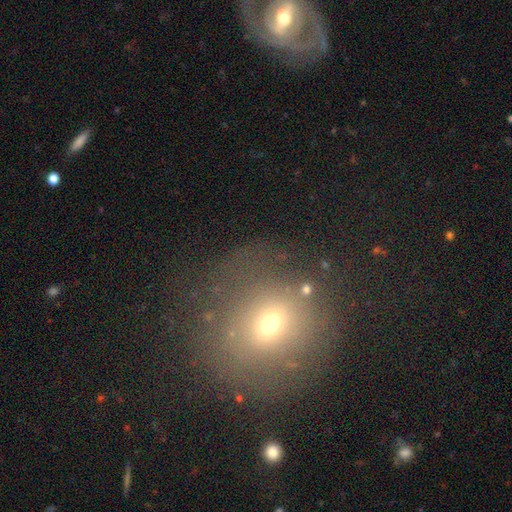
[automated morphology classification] smooth_or_featured: smooth (p=0.58) [alt: star or artifact p=0.23]
how_rounded: round (p=0.79) [alt: in between p=0.19]
merging: none (p=0.67) [alt: minor disturbance p=0.17]